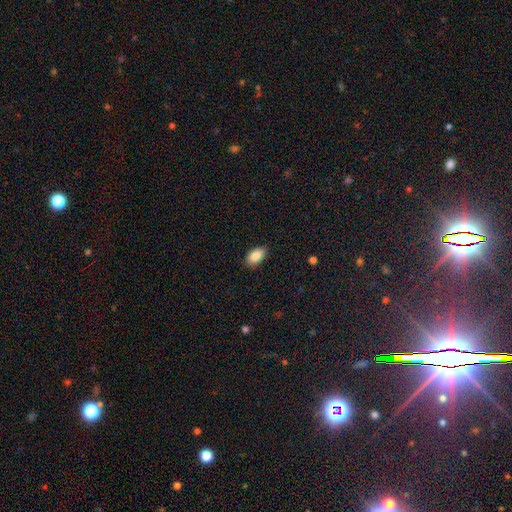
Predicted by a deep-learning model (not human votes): The model was most divided on "merging": none: 87%, minor disturbance: 9%, major disturbance: 2%, merger: 1%. More confident: how rounded — in between (93%); smooth or featured — smooth (88%).